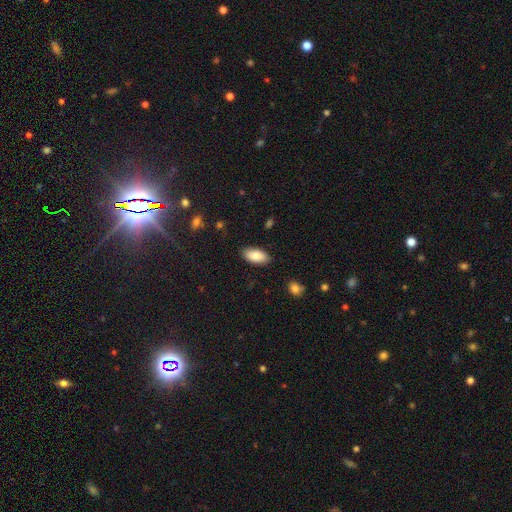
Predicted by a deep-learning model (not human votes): Smooth or featured? Predicted: smooth (p=0.84). How rounded? Predicted: in between (p=0.92). Merging? Predicted: none (p=0.86).